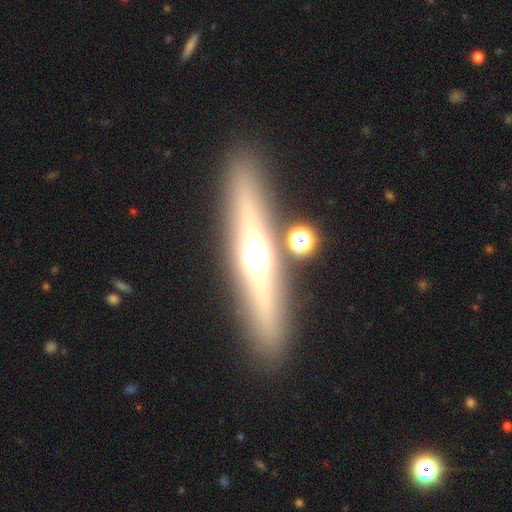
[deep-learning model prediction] Smooth or featured? featured or disk (61%)
Edge-on disk? yes (91%)
Edge-on bulge? rounded (92%)
Merging? none (85%)